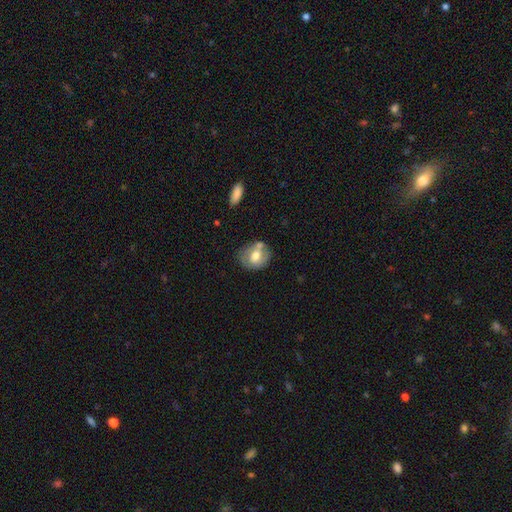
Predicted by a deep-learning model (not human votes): This appears to be a smooth galaxy with no disk features (56%) that is round (59%). Merging: none (54%).